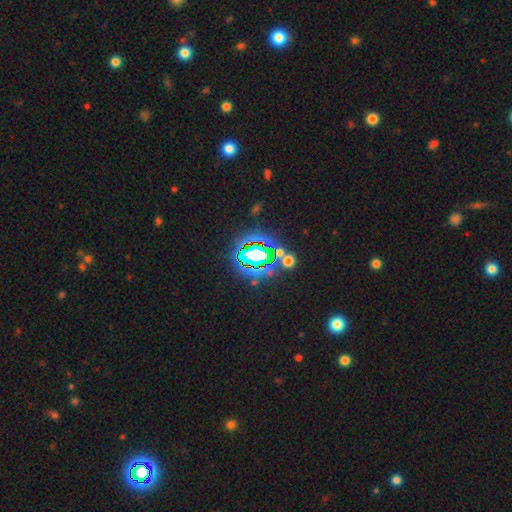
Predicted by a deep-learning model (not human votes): A star or artifact, not a galaxy (69%).